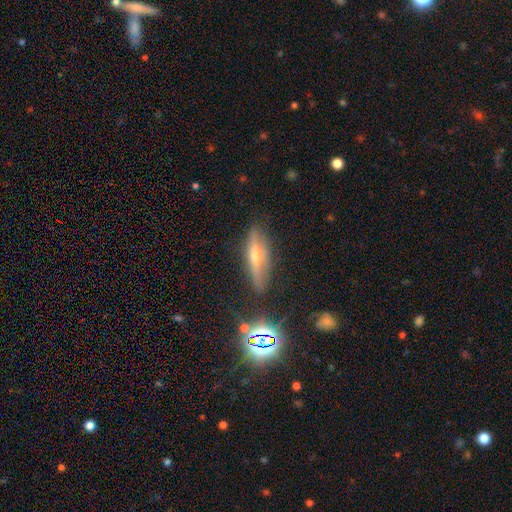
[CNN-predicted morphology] This appears to be a featured or disk galaxy (50%) viewed edge-on (88%). Merging: none (79%).